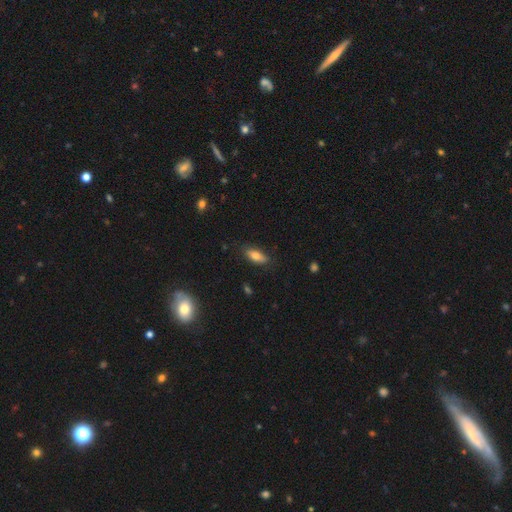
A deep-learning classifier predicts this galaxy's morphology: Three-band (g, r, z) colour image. It shows a smooth galaxy with no disk features (76%) that is in between round and cigar-shaped (79%). Merging: none (82%).